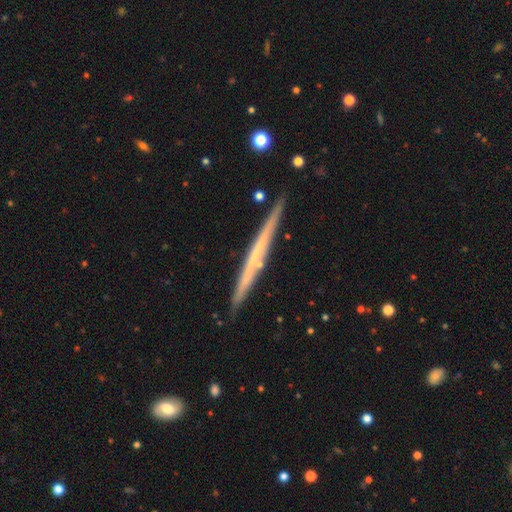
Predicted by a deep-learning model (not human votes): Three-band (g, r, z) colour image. It shows a featured or disk galaxy (63%) viewed edge-on (97%) with no central bulge (85%). Merging: none (89%).